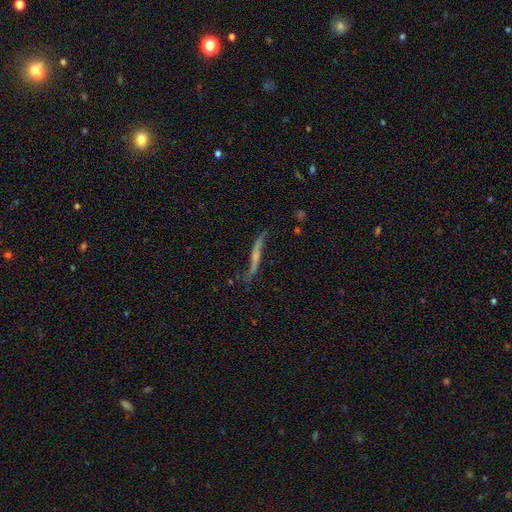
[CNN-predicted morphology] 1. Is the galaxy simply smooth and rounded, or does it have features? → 74% featured or disk, 17% smooth, 8% star or artifact.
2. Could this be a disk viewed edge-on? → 56% yes, 44% no.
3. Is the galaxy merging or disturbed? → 60% none, 24% minor disturbance, 12% major disturbance, 4% merger.